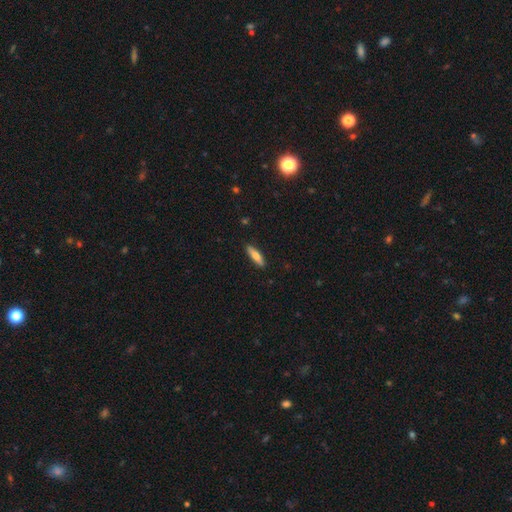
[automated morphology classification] Smooth or featured?
  - smooth: 71% *
  - featured or disk: 23%
  - star or artifact: 6%
How rounded?
  - cigar-shaped: 69% *
  - in between: 29%
  - round: 2%
Merging?
  - none: 90% *
  - minor disturbance: 8%
  - major disturbance: 2%
  - merger: 1%